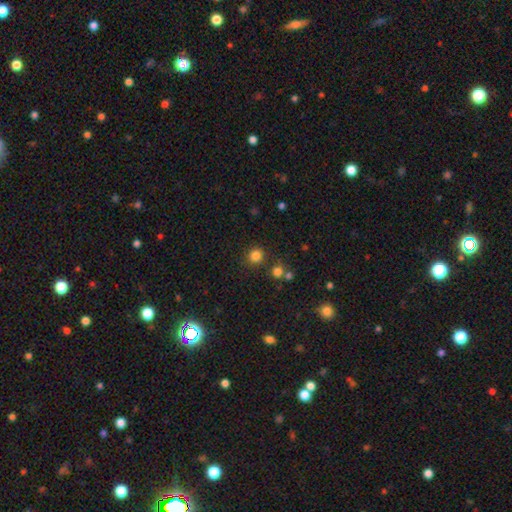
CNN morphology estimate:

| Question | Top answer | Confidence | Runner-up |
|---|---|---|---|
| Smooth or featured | smooth | 82% | star or artifact (14%) |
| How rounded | round | 90% | in between (9%) |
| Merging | none | 84% | minor disturbance (7%) |